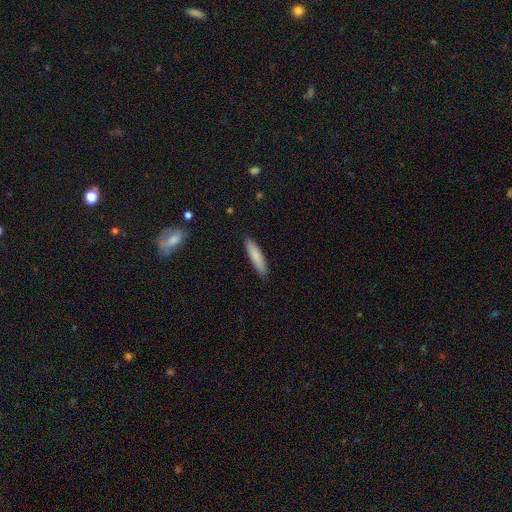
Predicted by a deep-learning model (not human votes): The model was most divided on "how rounded": cigar-shaped: 82%, in between: 16%, round: 1%. More confident: merging — none (89%); smooth or featured — smooth (82%).